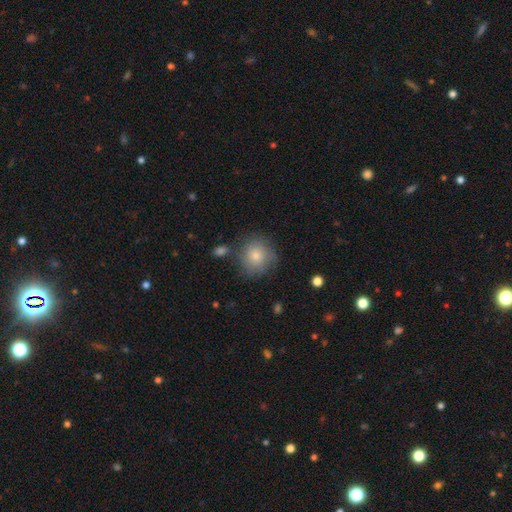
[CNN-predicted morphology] Q: Smooth or featured?
A: smooth (79%); runner-up: featured or disk (13%)
Q: How rounded?
A: round (89%); runner-up: in between (10%)
Q: Merging?
A: none (72%); runner-up: minor disturbance (17%)